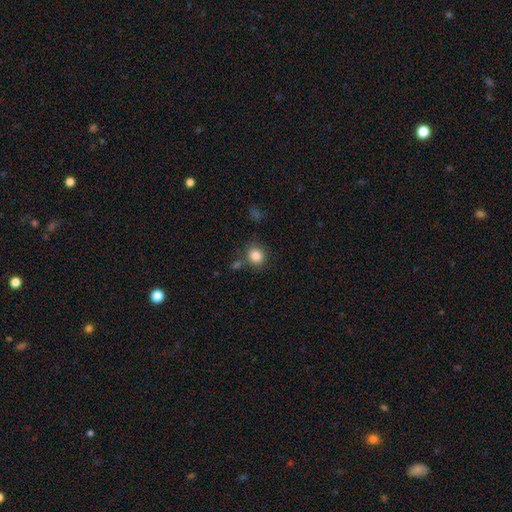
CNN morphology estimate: Smooth or featured? Predicted: smooth (p=0.85). How rounded? Predicted: round (p=0.81). Merging? Predicted: none (p=0.75).